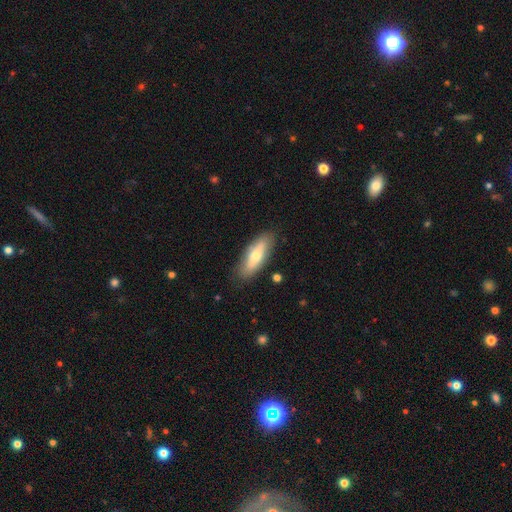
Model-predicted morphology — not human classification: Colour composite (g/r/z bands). It shows a smooth galaxy with no disk features (61%) that is in between round and cigar-shaped (65%). Merging: none (83%).